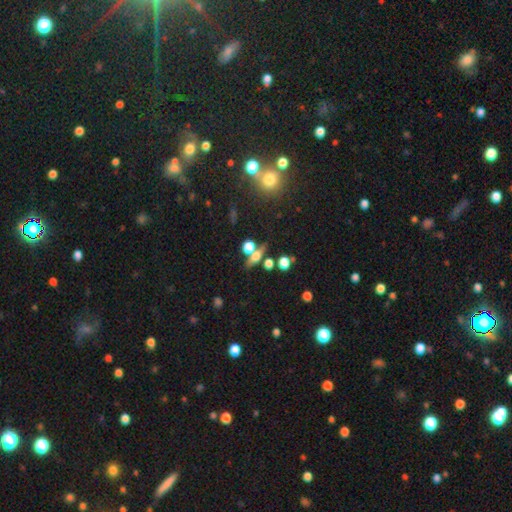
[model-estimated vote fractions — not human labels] Overall: smooth (48%; featured or disk 33%). Merging: none (63%).